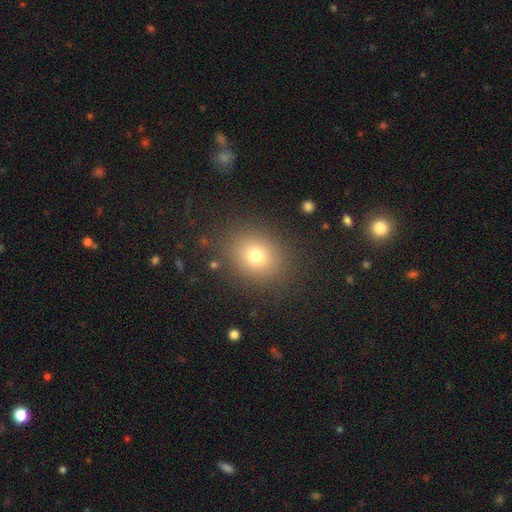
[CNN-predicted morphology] smooth 75%, star or artifact 15%, featured or disk 10%. Down the decision tree: how rounded — round (60%); merging — none (86%).